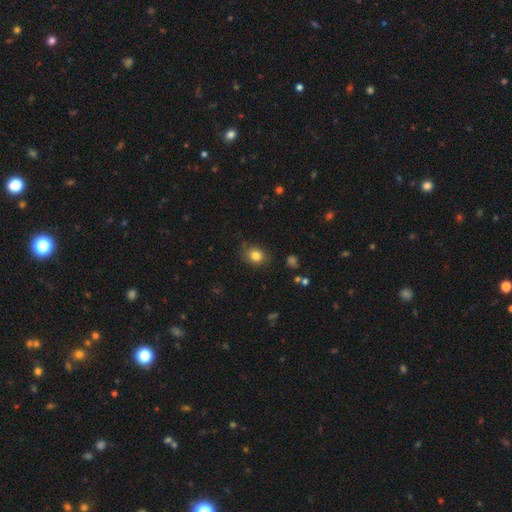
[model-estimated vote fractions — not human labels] Smooth or featured? smooth (82%)
How rounded? round (60%)
Merging? none (77%)